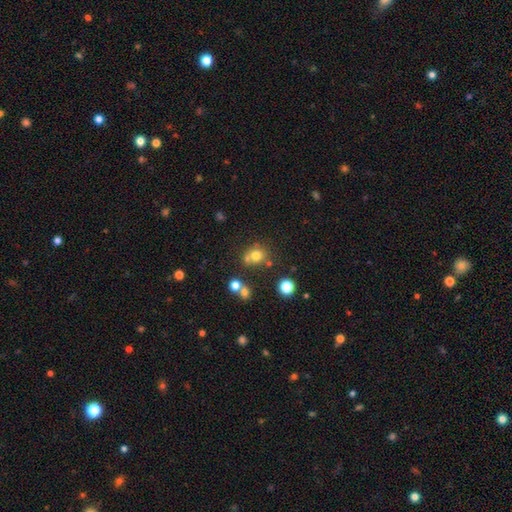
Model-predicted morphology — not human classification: The model was most divided on "merging": none: 59%, merger: 25%, minor disturbance: 11%, major disturbance: 5%. More confident: how rounded — round (81%); smooth or featured — smooth (71%).